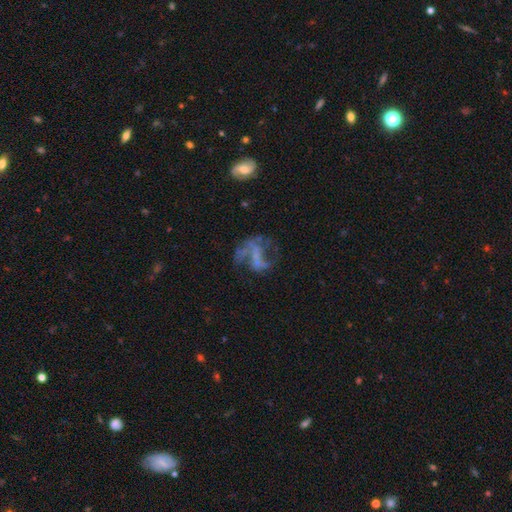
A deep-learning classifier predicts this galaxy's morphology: Smooth or featured: featured or disk — 66% (smooth — 17%)
Edge-on disk: no — 97% (yes — 3%)
Bar: no — 57% (weak — 28%)
Spiral arms: yes — 54% (no — 46%)
Bulge size: none — 69% (small — 19%)
Merging: none — 41% (major disturbance — 36%)